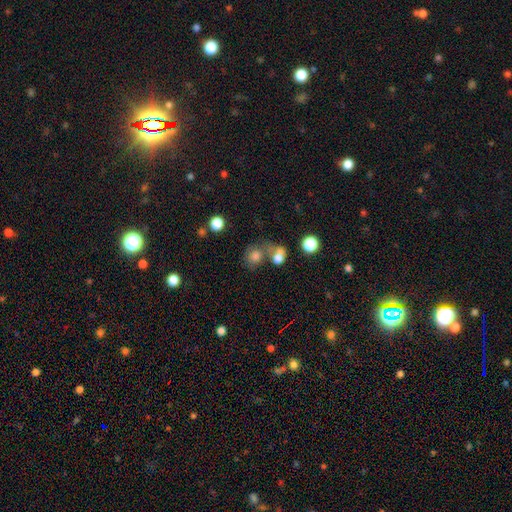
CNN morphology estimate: smooth 67%, star or artifact 19%, featured or disk 14%. Down the decision tree: how rounded — round (75%); merging — none (43%).